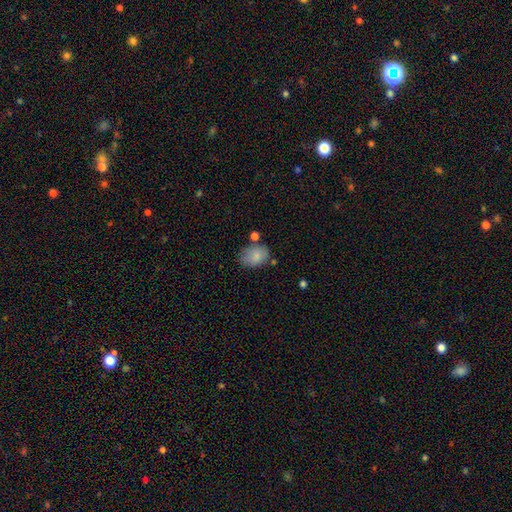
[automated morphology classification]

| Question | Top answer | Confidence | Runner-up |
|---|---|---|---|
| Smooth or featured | smooth | 83% | featured or disk (9%) |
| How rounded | in between | 75% | round (24%) |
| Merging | none | 62% | minor disturbance (23%) |